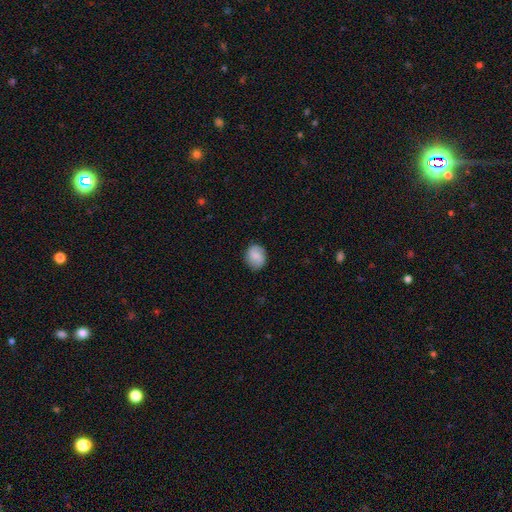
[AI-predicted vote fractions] A smooth galaxy with no disk features (65%) that is round (66%).

Vote fractions:
- Smooth or featured? smooth: 65% / featured or disk: 28% / star or artifact: 8%
- How rounded? round: 66% / in between: 33% / cigar-shaped: 1%
- Merging? none: 84% / minor disturbance: 12% / major disturbance: 3% / merger: 1%